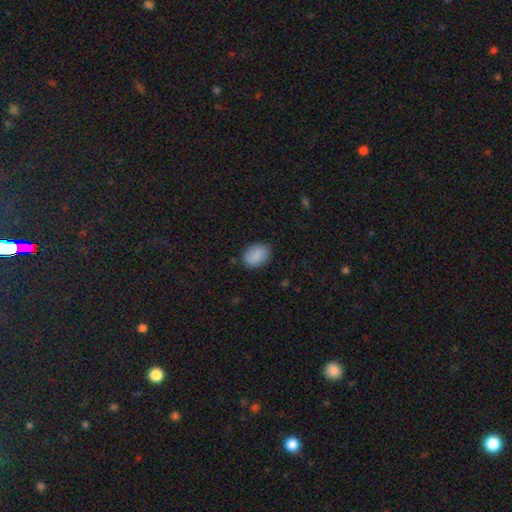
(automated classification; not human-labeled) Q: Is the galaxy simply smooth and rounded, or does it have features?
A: smooth — 88%.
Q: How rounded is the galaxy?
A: in between — 78%.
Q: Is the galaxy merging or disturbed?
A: none — 83%.